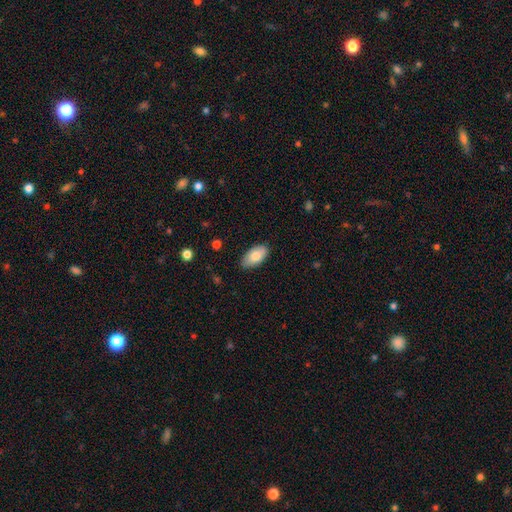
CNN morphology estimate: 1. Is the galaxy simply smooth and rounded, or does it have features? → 81% smooth, 13% featured or disk, 6% star or artifact.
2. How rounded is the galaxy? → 95% in between, 3% round, 2% cigar-shaped.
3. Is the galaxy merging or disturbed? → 84% none, 13% minor disturbance, 2% major disturbance, 1% merger.